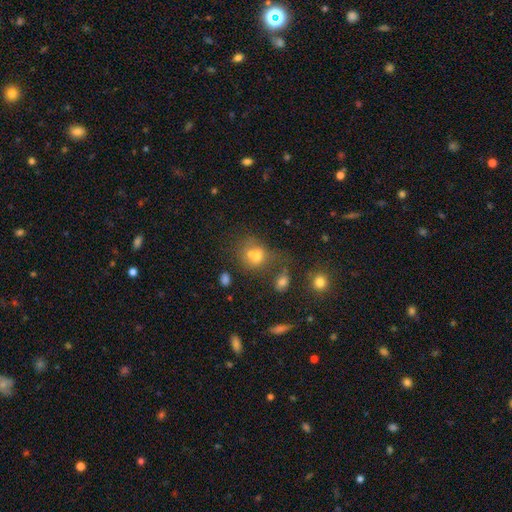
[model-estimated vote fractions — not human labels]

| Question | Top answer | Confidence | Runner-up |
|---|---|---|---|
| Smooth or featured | smooth | 66% | featured or disk (19%) |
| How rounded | round | 62% | in between (37%) |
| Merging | merger | 42% | none (32%) |